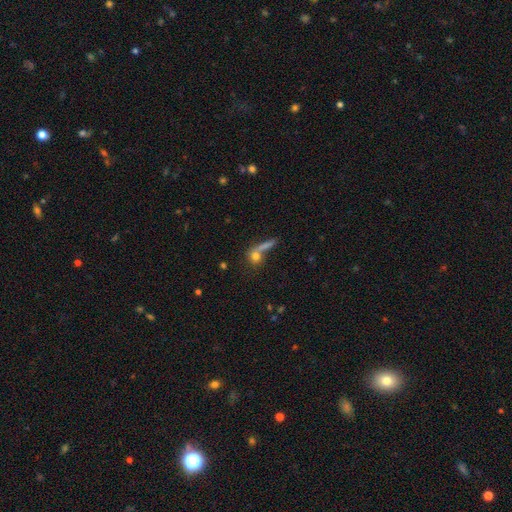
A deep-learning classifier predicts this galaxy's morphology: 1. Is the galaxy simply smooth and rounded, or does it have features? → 72% smooth, 16% featured or disk, 12% star or artifact.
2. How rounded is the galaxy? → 66% round, 21% in between, 13% cigar-shaped.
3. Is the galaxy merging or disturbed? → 49% none, 32% merger, 10% minor disturbance, 9% major disturbance.